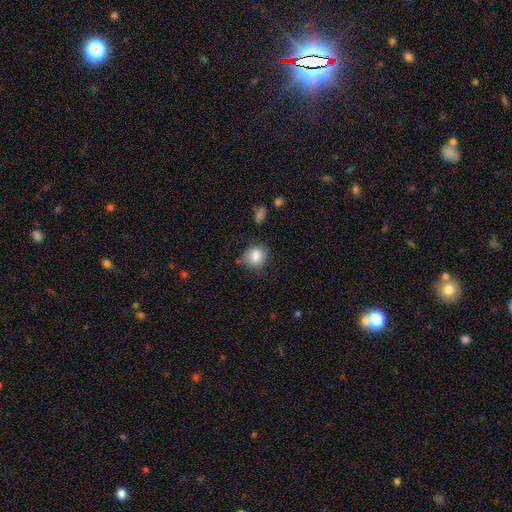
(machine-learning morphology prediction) Smooth or featured: smooth — 82% (featured or disk — 10%)
How rounded: round — 59% (in between — 40%)
Merging: none — 61% (minor disturbance — 28%)